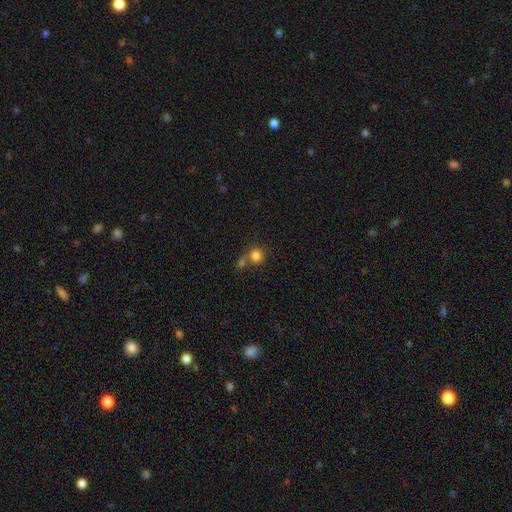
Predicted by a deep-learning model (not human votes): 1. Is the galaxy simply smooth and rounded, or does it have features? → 82% smooth, 12% star or artifact, 6% featured or disk.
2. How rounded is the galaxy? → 89% round, 10% in between, 1% cigar-shaped.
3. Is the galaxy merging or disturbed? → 54% none, 33% merger, 9% minor disturbance, 4% major disturbance.